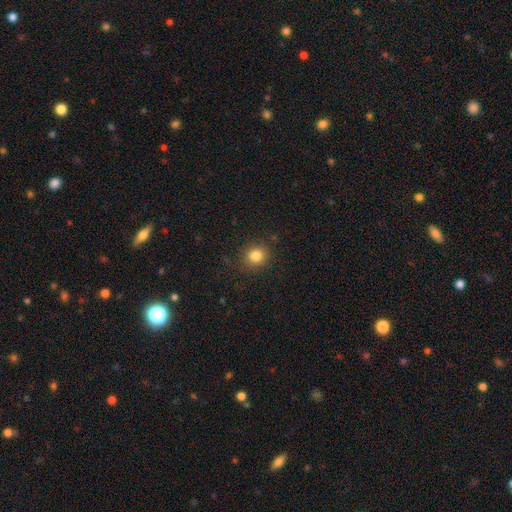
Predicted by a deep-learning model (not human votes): Morphology: type=smooth (83%); roundness=round (82%); merging=none (87%).